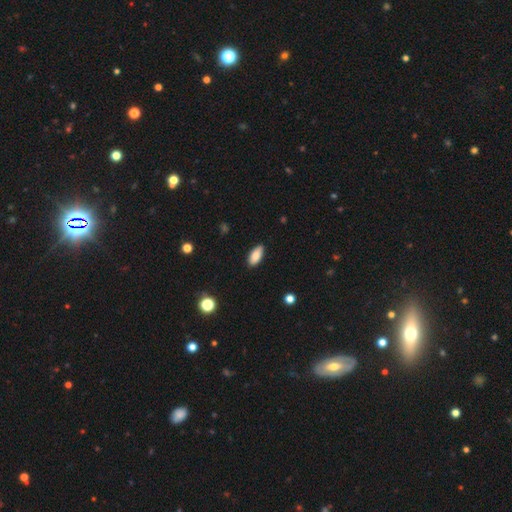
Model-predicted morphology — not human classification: Overall: smooth (87%). How rounded: in between (89%). Merging: none (86%).